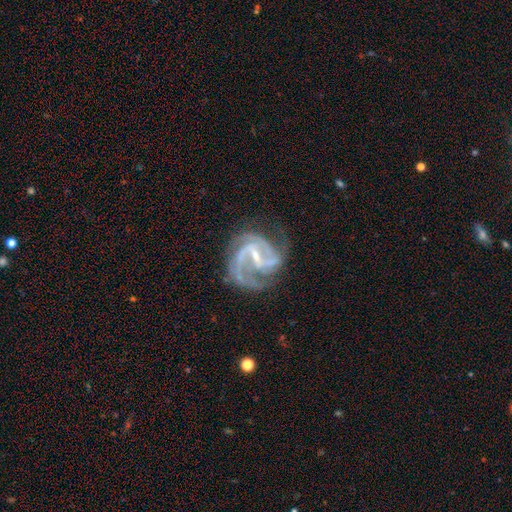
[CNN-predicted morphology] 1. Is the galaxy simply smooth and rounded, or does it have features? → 91% featured or disk, 5% star or artifact, 4% smooth.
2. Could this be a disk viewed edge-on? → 98% no, 2% yes.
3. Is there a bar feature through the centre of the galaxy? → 45% weak, 42% strong, 13% no.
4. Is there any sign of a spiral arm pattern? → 97% yes, 3% no.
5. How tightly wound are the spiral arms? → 55% medium, 28% tight, 17% loose.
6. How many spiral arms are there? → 44% 2, 31% 3, 10% can't tell, 6% 4, 5% 1, 4% more than 4.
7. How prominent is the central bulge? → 65% small, 22% moderate, 11% none, 1% large, 1% dominant.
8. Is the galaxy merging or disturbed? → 57% none, 20% major disturbance, 20% minor disturbance, 3% merger.